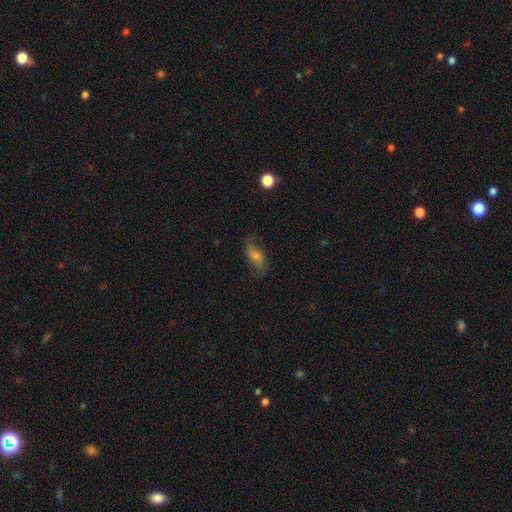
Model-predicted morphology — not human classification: smooth_or_featured: featured or disk (p=0.50) [alt: smooth p=0.37]
disk_edge_on: no (p=0.87) [alt: yes p=0.13]
merging: none (p=0.71) [alt: minor disturbance p=0.19]